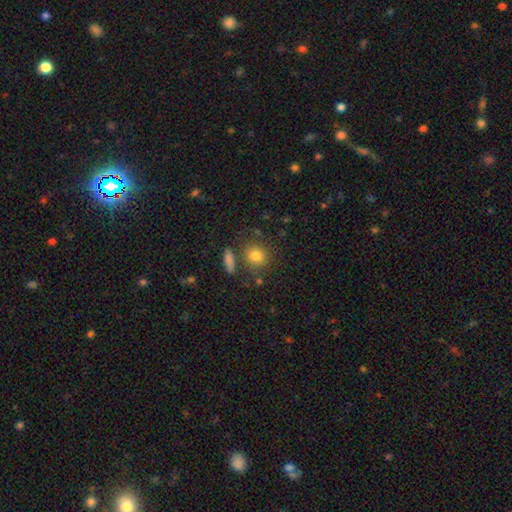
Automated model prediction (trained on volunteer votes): This appears to be a smooth galaxy with no disk features (80%) that is round (74%). Merging: none (74%).